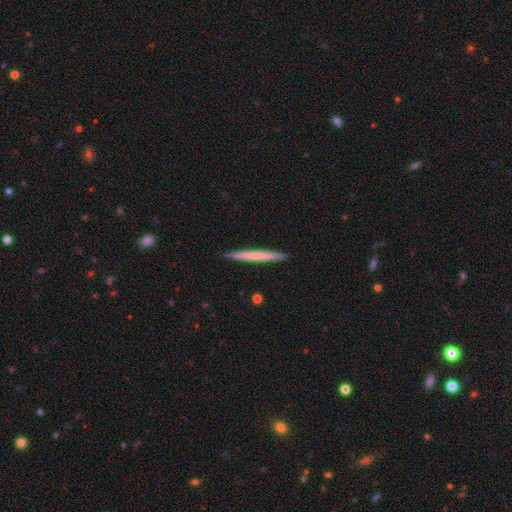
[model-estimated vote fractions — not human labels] smooth 56%, featured or disk 39%, star or artifact 5%. Down the decision tree: how rounded — cigar-shaped (97%); merging — none (92%).